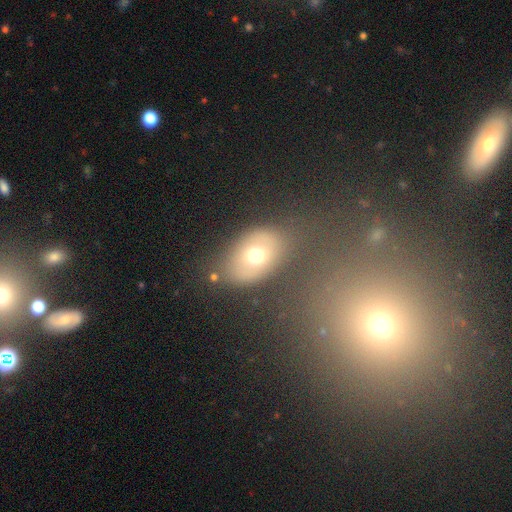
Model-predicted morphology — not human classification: Smooth or featured: smooth — 58% (featured or disk — 31%)
How rounded: in between — 81% (round — 18%)
Merging: none — 76% (minor disturbance — 14%)